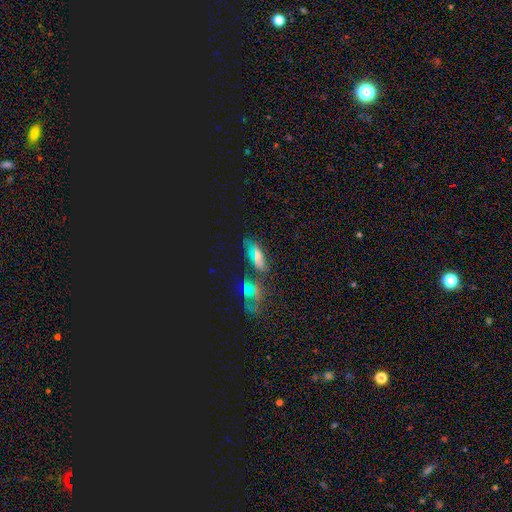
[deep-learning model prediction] smooth 41%, star or artifact 33%, featured or disk 26%. Down the decision tree: merging — none (59%).